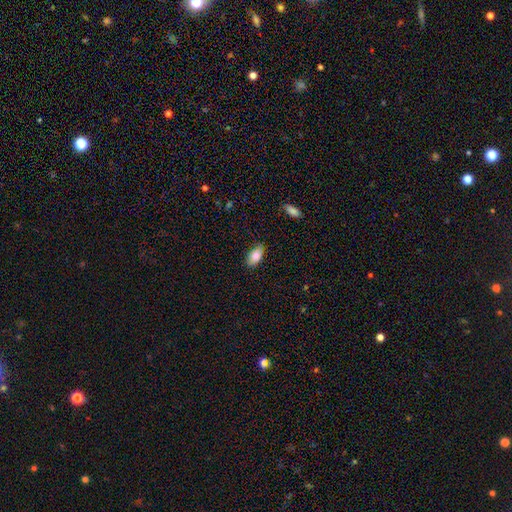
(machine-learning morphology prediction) Smooth or featured? smooth (83%)
How rounded? in between (92%)
Merging? none (78%)